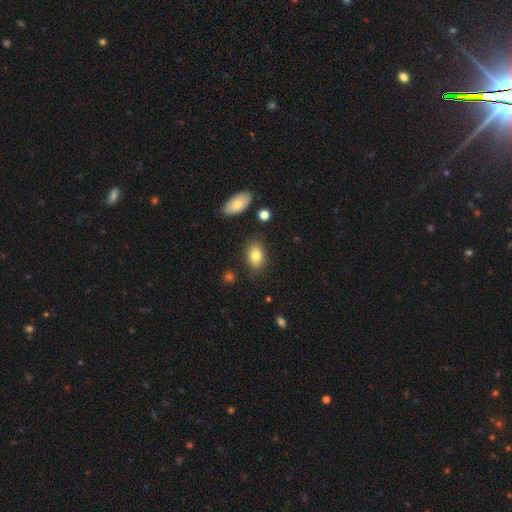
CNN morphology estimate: smooth 80%, featured or disk 12%, star or artifact 8%. Down the decision tree: how rounded — in between (85%); merging — none (83%).